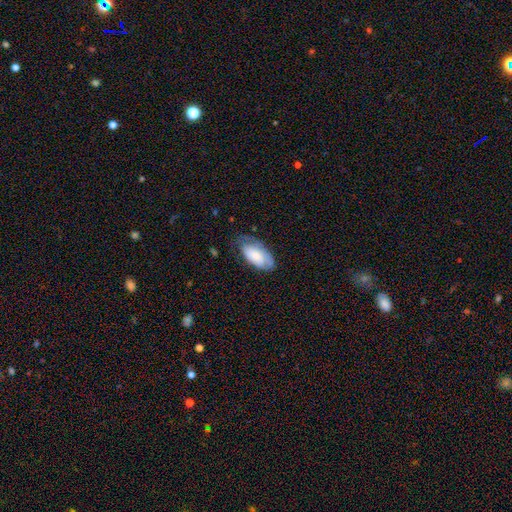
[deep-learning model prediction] A smooth galaxy with no disk features (69%) that is in between round and cigar-shaped (94%).

Vote fractions:
- Smooth or featured? smooth: 69% / featured or disk: 24% / star or artifact: 6%
- How rounded? in between: 94% / cigar-shaped: 4% / round: 2%
- Merging? none: 54% / minor disturbance: 32% / major disturbance: 13% / merger: 2%